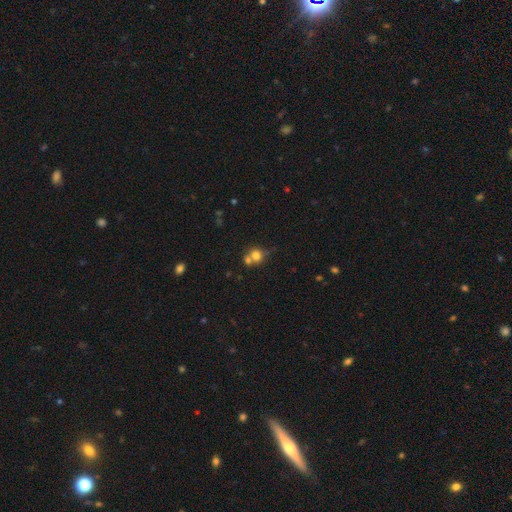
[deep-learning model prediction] The model was most divided on "merging": merger: 45%, none: 43%, minor disturbance: 8%, major disturbance: 4%. More confident: how rounded — round (84%); smooth or featured — smooth (73%).